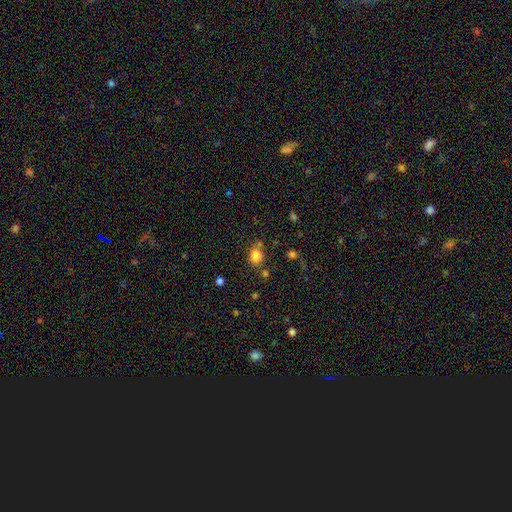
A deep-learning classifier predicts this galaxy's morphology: A smooth galaxy with no disk features (82%) that is round (64%).

Vote fractions:
- Smooth or featured? smooth: 82% / star or artifact: 13% / featured or disk: 5%
- How rounded? round: 64% / in between: 35% / cigar-shaped: 1%
- Merging? none: 71% / minor disturbance: 14% / merger: 11% / major disturbance: 5%